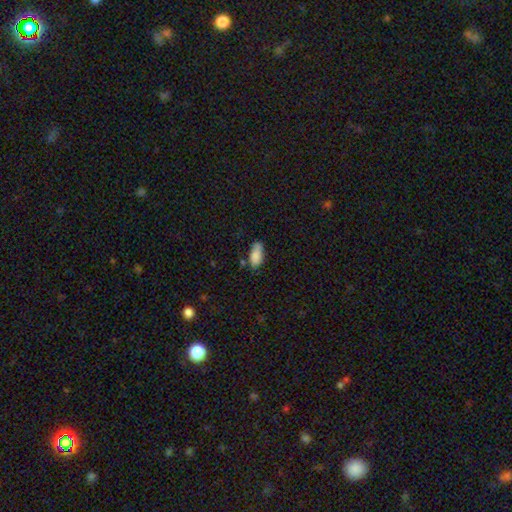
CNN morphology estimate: The model was most divided on "merging": none: 61%, minor disturbance: 28%, major disturbance: 6%, merger: 5%. More confident: how rounded — in between (89%); smooth or featured — smooth (86%).